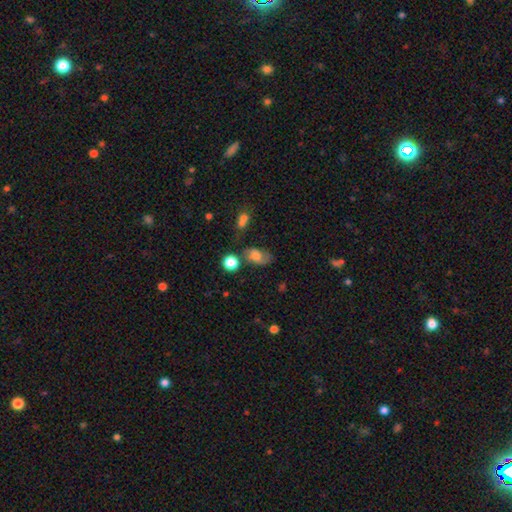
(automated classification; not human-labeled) This appears to be a smooth galaxy with no disk features (63%) that is in between round and cigar-shaped (78%). Merging: none (56%).